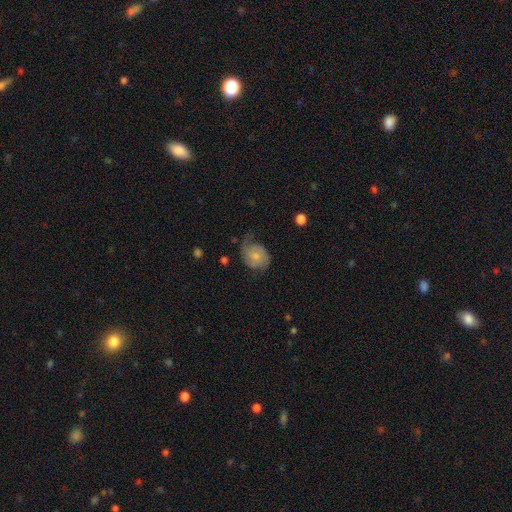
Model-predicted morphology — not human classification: Smooth or featured: smooth — 48% (featured or disk — 44%)
Merging: none — 44% (minor disturbance — 33%)